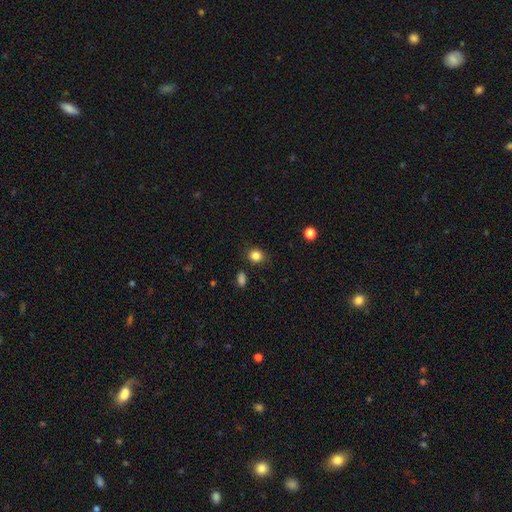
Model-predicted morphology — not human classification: A smooth galaxy with no disk features (85%) that is round (68%). Merging: none (83%).